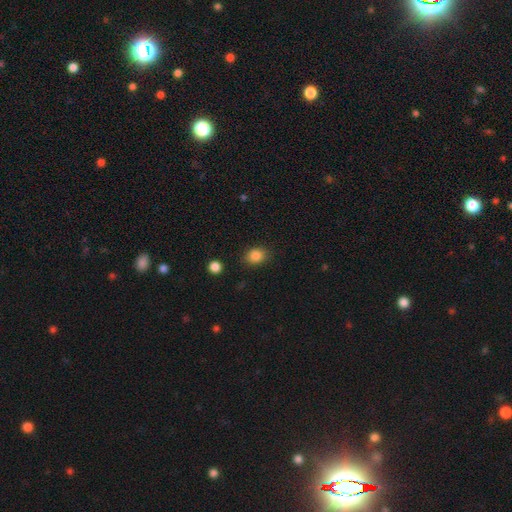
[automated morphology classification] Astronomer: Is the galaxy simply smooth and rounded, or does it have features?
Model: smooth — 85%.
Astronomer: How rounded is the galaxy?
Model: in between — 53% (runner-up: round, 46%).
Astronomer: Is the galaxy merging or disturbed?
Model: none — 84%.